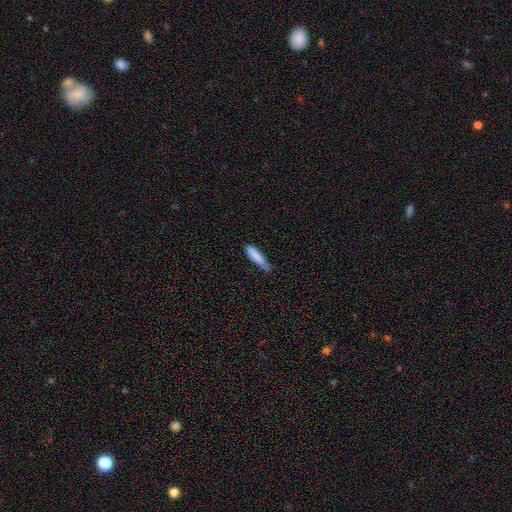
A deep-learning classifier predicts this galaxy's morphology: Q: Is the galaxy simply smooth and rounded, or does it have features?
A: smooth — 83%.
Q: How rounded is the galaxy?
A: cigar-shaped — 80%.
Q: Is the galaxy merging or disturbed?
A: none — 63%.